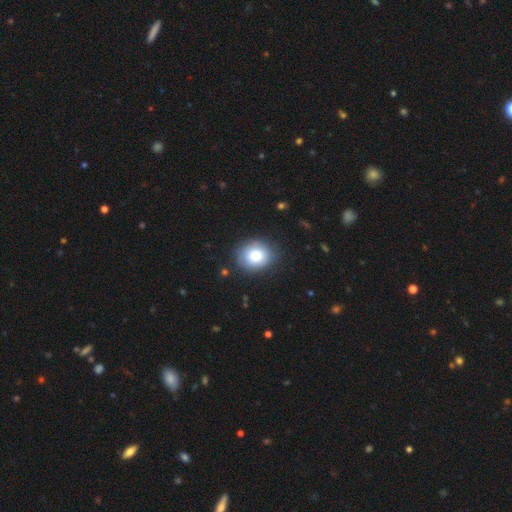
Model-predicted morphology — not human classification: The model was most divided on "how rounded": round: 69%, in between: 30%, cigar-shaped: 1%. More confident: merging — none (84%); smooth or featured — smooth (83%).